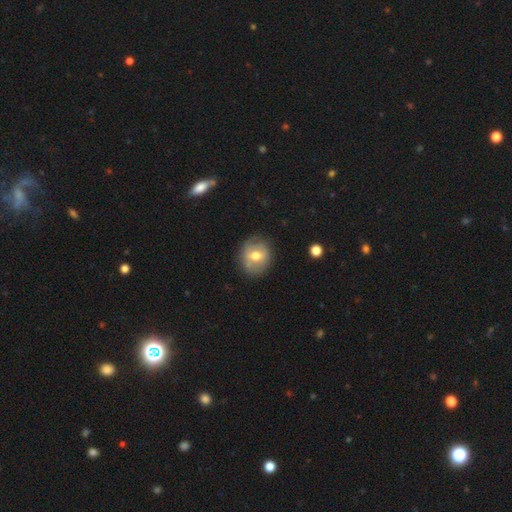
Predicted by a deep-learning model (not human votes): smooth_or_featured: smooth (p=0.50) [alt: featured or disk p=0.43]
merging: none (p=0.72) [alt: minor disturbance p=0.20]